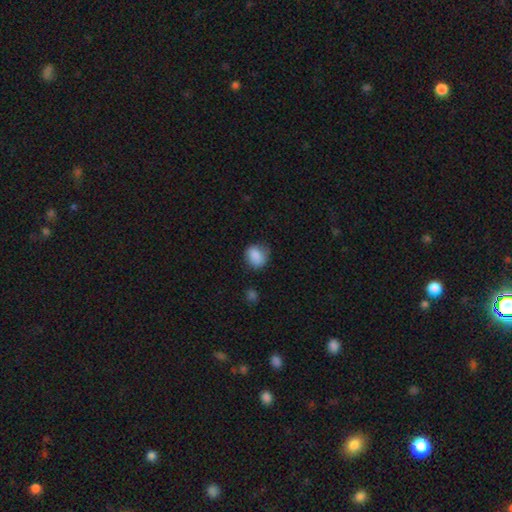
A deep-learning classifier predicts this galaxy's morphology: The model was most divided on "how rounded": round: 58%, in between: 41%, cigar-shaped: 1%. More confident: smooth or featured — smooth (86%); merging — none (68%).